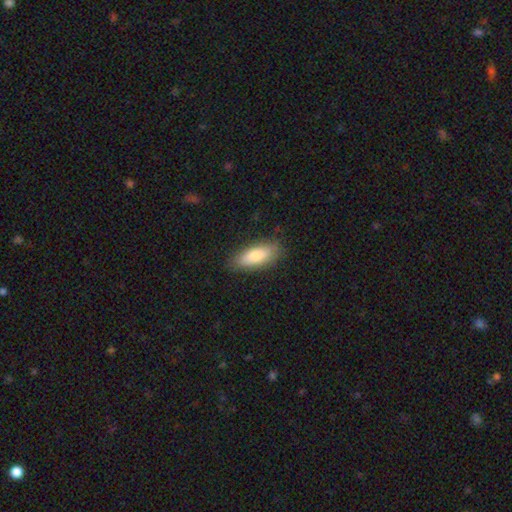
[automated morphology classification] Overall: smooth (77%). How rounded: in between (70%). Merging: none (84%).